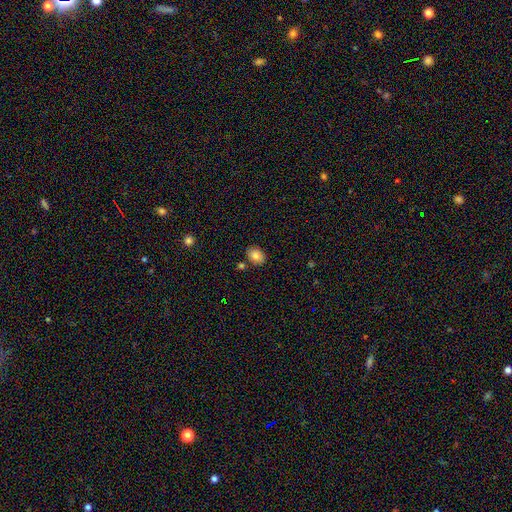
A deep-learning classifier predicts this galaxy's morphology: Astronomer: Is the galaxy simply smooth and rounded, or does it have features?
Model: smooth — 82%.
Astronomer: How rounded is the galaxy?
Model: in between — 66%.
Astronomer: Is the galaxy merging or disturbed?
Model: none — 81%.